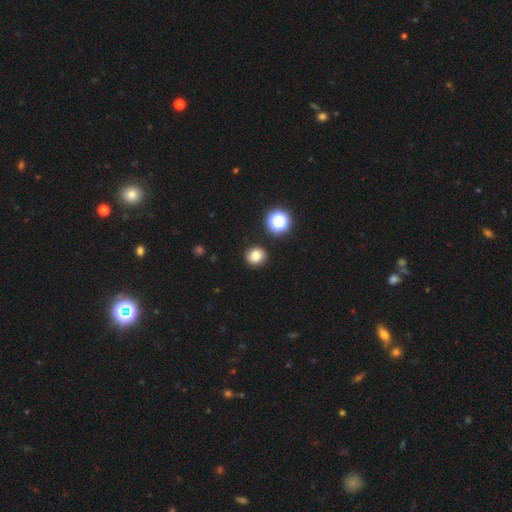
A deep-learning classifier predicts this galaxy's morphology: Smooth or featured: smooth — 79% (star or artifact — 14%)
How rounded: round — 87% (in between — 12%)
Merging: none — 88% (minor disturbance — 7%)